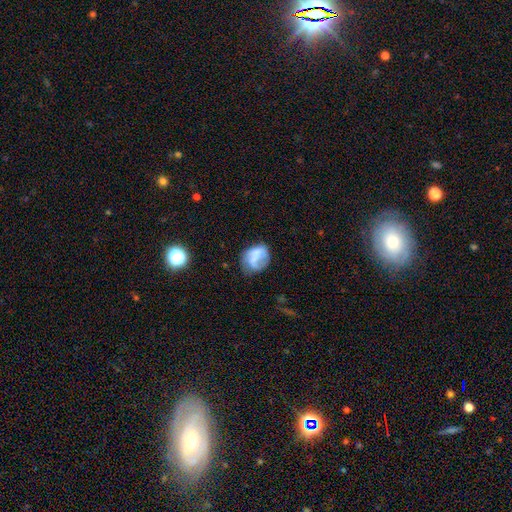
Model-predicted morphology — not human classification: Smooth or featured?
  - smooth: 55% *
  - featured or disk: 35%
  - star or artifact: 10%
How rounded?
  - in between: 51% *
  - round: 48%
  - cigar-shaped: 1%
Merging?
  - none: 44% *
  - minor disturbance: 29%
  - major disturbance: 23%
  - merger: 5%